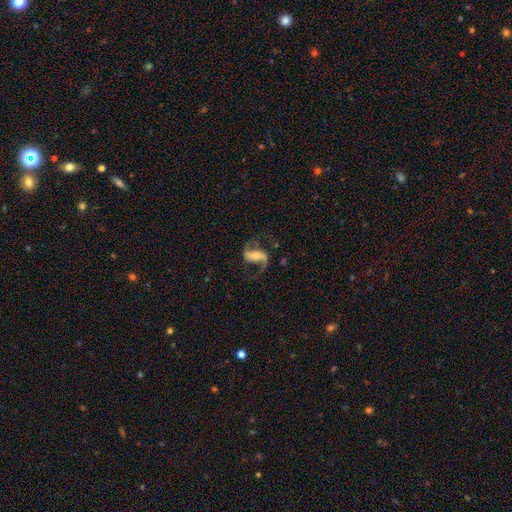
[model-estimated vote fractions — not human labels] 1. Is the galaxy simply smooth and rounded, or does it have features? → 88% featured or disk, 7% smooth, 5% star or artifact.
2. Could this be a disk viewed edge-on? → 96% no, 4% yes.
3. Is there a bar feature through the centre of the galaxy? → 49% strong, 32% weak, 19% no.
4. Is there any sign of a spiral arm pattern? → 96% yes, 4% no.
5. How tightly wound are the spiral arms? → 59% loose, 34% medium, 7% tight.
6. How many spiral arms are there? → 92% 2, 4% 1, 2% can't tell, 1% 3, 1% 4, 1% more than 4.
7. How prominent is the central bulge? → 44% small, 41% moderate, 7% large, 7% none, 2% dominant.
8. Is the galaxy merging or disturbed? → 76% none, 12% minor disturbance, 10% major disturbance, 2% merger.